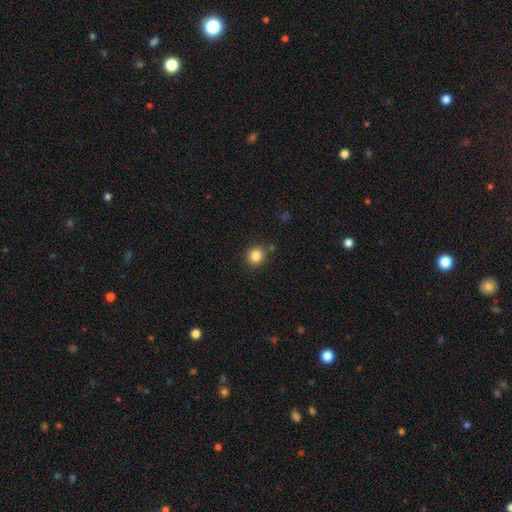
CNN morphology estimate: Smooth or featured? smooth (84%)
How rounded? round (89%)
Merging? none (84%)